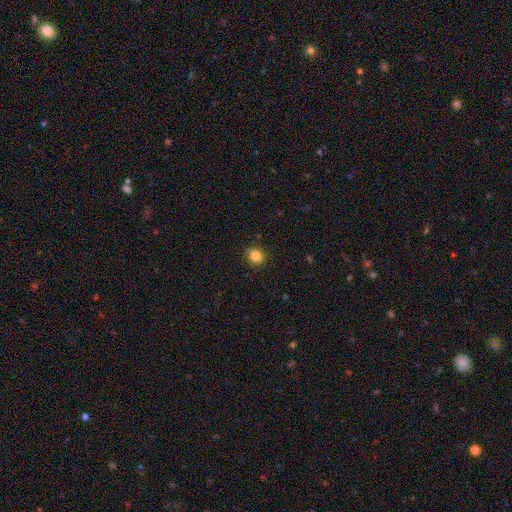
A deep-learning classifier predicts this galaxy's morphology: Q: Smooth or featured?
A: smooth (85%); runner-up: star or artifact (11%)
Q: How rounded?
A: round (76%); runner-up: in between (23%)
Q: Merging?
A: none (90%); runner-up: minor disturbance (7%)